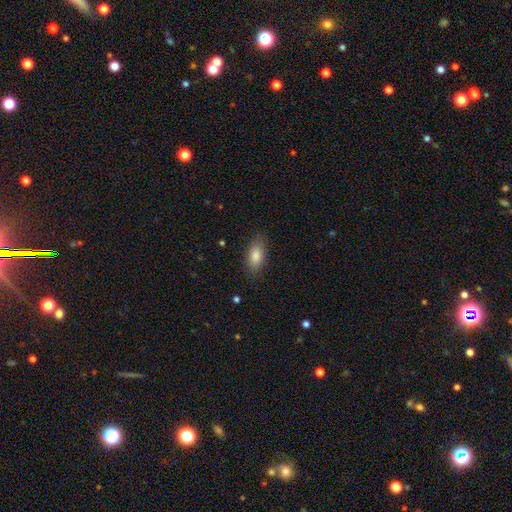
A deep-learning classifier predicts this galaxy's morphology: smooth-or-featured: smooth: 83% | featured or disk: 9% | star or artifact: 8%
  how-rounded: in between: 87% | cigar-shaped: 9% | round: 4%
  merging: none: 85% | minor disturbance: 11% | major disturbance: 3% | merger: 1%